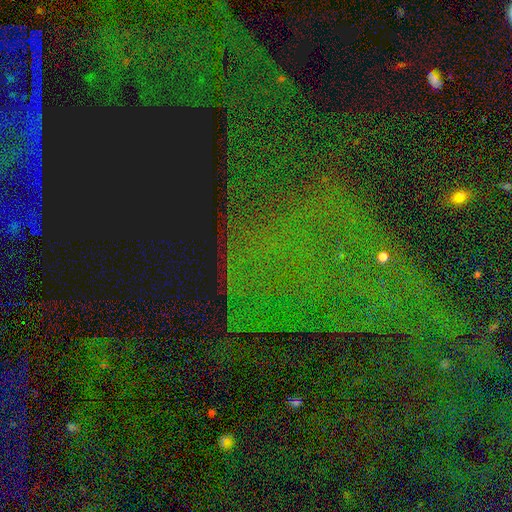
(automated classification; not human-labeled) Smooth or featured?
  - star or artifact: 81% *
  - featured or disk: 10%
  - smooth: 9%